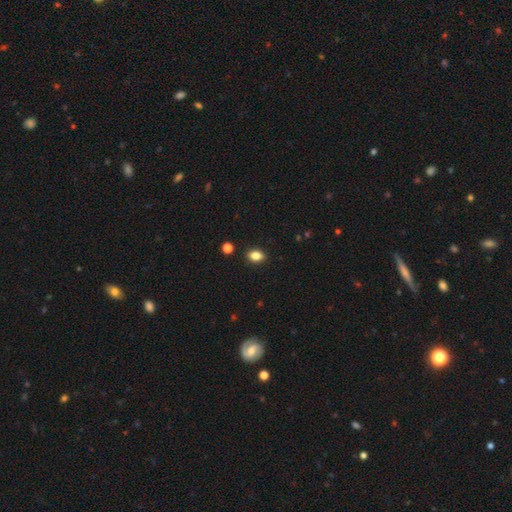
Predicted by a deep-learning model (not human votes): Smooth or featured? smooth (83%)
How rounded? in between (82%)
Merging? none (88%)